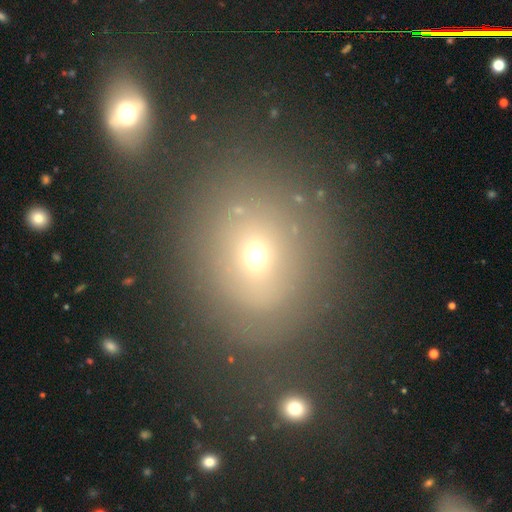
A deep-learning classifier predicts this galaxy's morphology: Overall: smooth (62%). How rounded: round (71%). Merging: none (72%).